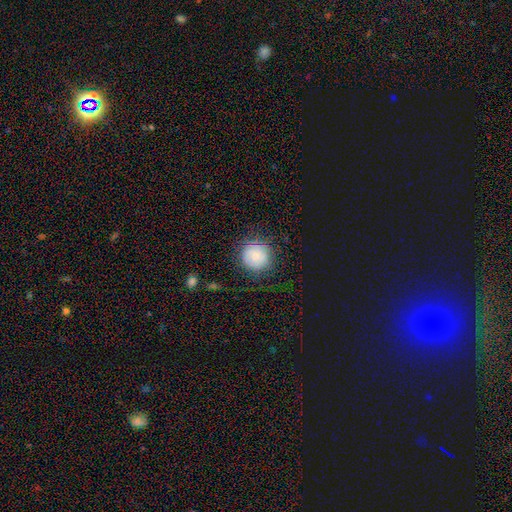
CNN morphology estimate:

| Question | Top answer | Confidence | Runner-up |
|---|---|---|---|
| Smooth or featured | smooth | 75% | featured or disk (15%) |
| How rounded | round | 93% | in between (6%) |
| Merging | none | 82% | minor disturbance (12%) |